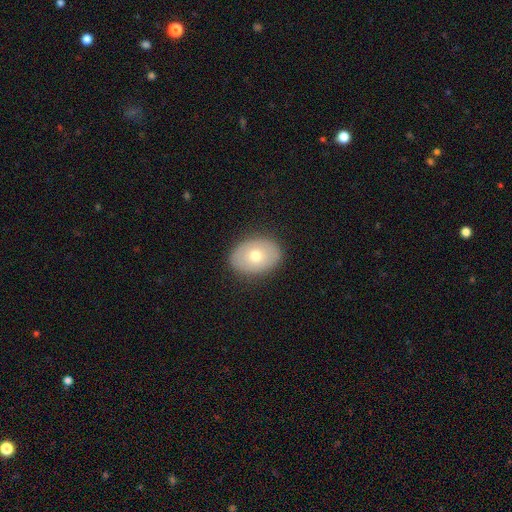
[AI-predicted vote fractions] Q: Smooth or featured?
A: smooth (65%); runner-up: featured or disk (28%)
Q: How rounded?
A: in between (73%); runner-up: round (25%)
Q: Merging?
A: none (87%); runner-up: minor disturbance (9%)